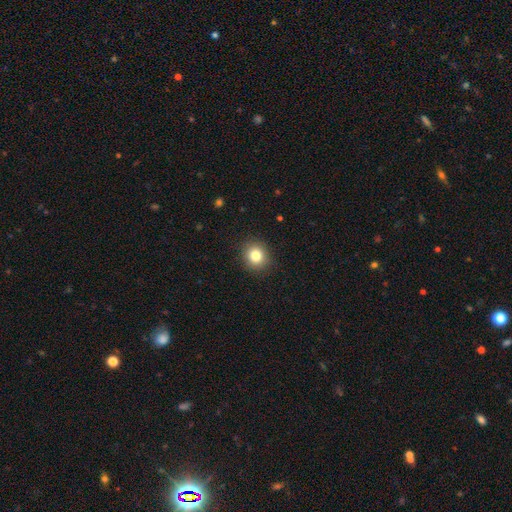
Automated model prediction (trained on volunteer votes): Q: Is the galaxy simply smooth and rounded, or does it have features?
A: smooth — 81%.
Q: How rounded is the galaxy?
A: round — 85%.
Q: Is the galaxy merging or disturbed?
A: none — 90%.